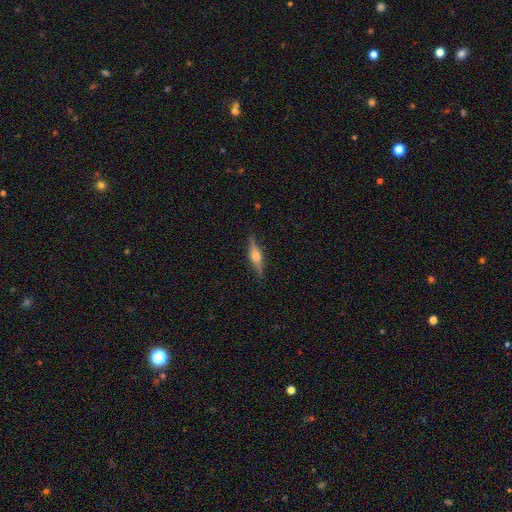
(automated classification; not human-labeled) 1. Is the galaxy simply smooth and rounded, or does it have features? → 68% featured or disk, 25% smooth, 7% star or artifact.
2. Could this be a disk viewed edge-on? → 96% yes, 4% no.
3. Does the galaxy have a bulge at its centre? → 92% rounded, 6% boxy, 2% none.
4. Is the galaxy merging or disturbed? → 87% none, 10% minor disturbance, 2% major disturbance, 1% merger.